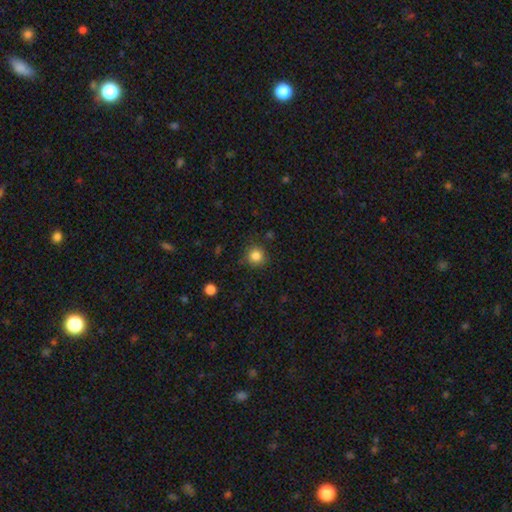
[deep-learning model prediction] Smooth or featured?
  - smooth: 85% *
  - star or artifact: 11%
  - featured or disk: 4%
How rounded?
  - round: 93% *
  - in between: 6%
  - cigar-shaped: 1%
Merging?
  - none: 86% *
  - minor disturbance: 10%
  - major disturbance: 3%
  - merger: 2%